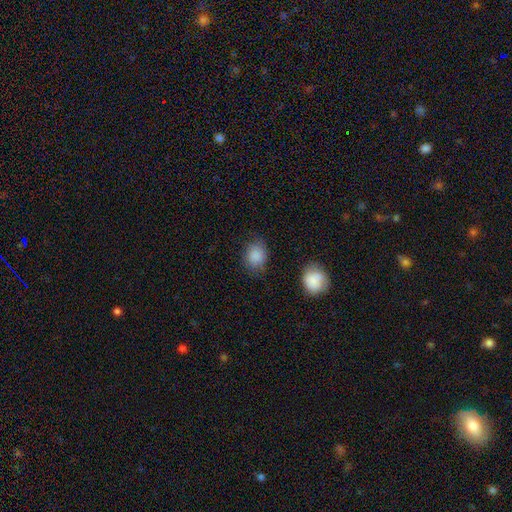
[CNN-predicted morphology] A smooth galaxy with no disk features (87%) that is round (52%). Merging: none (74%).